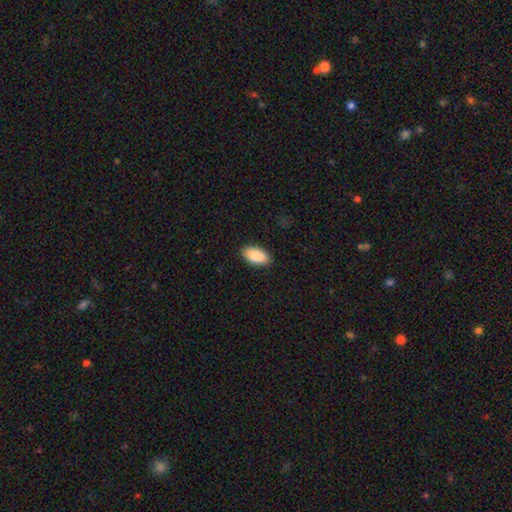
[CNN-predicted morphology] Smooth or featured: smooth — 88% (star or artifact — 6%)
How rounded: in between — 94% (cigar-shaped — 4%)
Merging: none — 88% (minor disturbance — 9%)